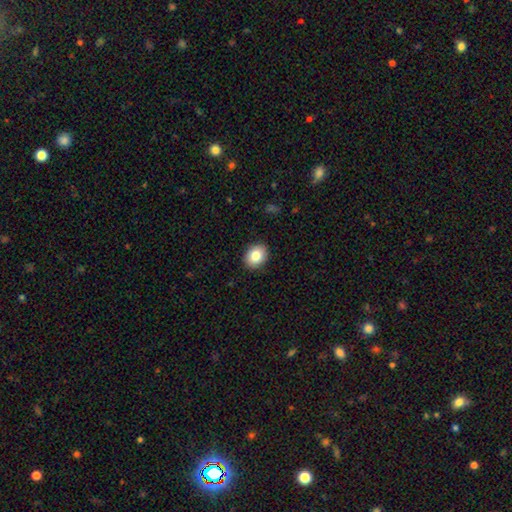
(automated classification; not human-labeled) A smooth galaxy with no disk features (83%) that is in between round and cigar-shaped (55%). Merging: none (90%).